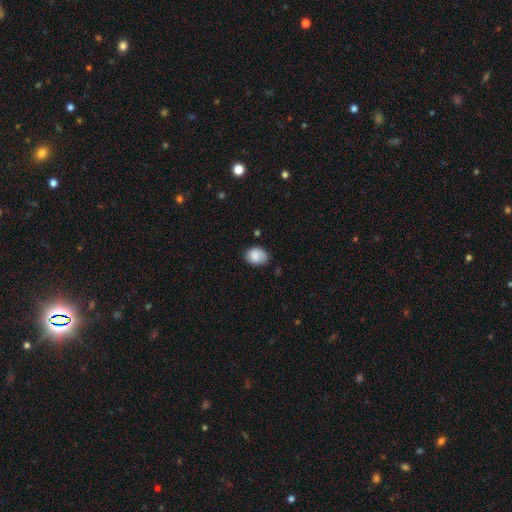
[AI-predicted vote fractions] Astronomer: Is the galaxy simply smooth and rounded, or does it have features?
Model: smooth — 85%.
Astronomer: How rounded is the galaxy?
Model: in between — 62% (runner-up: round, 37%).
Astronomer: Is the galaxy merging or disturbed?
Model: none — 69%.